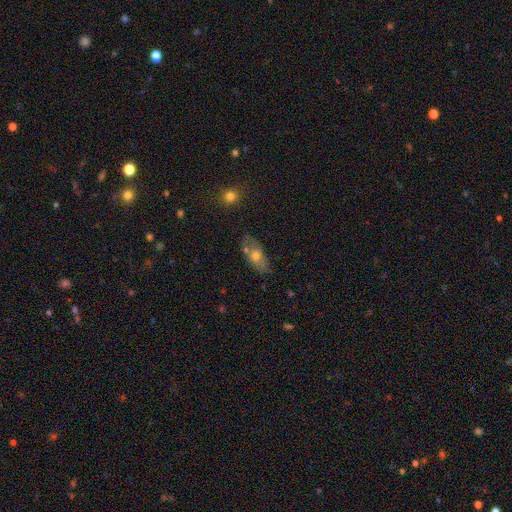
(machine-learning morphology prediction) Smooth or featured?
  - smooth: 57% *
  - featured or disk: 35%
  - star or artifact: 8%
How rounded?
  - in between: 85% *
  - cigar-shaped: 10%
  - round: 5%
Merging?
  - none: 65% *
  - minor disturbance: 21%
  - merger: 9%
  - major disturbance: 5%